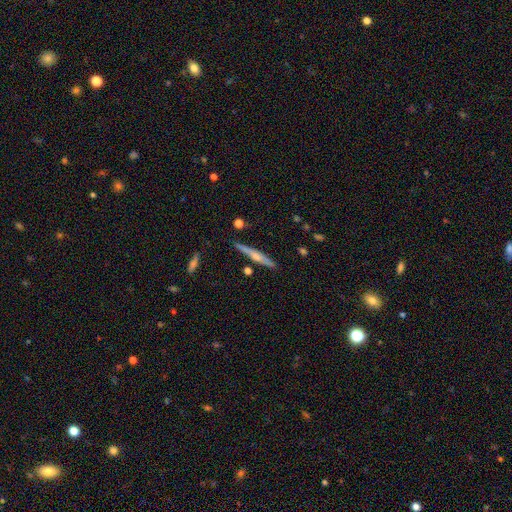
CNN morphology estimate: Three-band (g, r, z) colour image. It shows a featured or disk galaxy (59%) viewed edge-on (97%) with a rounded central bulge (74%). Merging: none (87%).